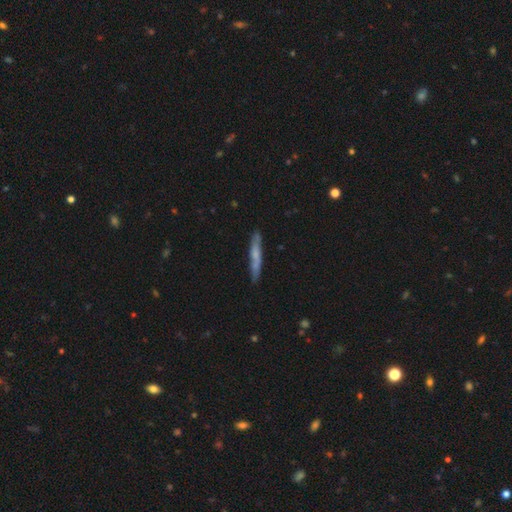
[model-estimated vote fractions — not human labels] Overall: smooth (52%; featured or disk 42%). How rounded: cigar-shaped (94%). Merging: none (82%).